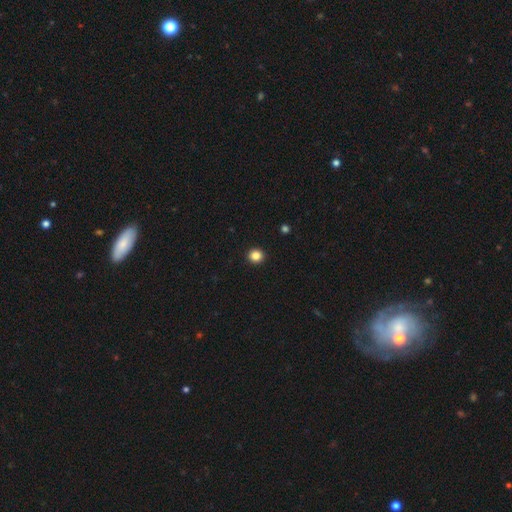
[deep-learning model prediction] smooth_or_featured: smooth (p=0.85) [alt: star or artifact p=0.12]
how_rounded: round (p=0.91) [alt: in between p=0.08]
merging: none (p=0.94) [alt: minor disturbance p=0.04]